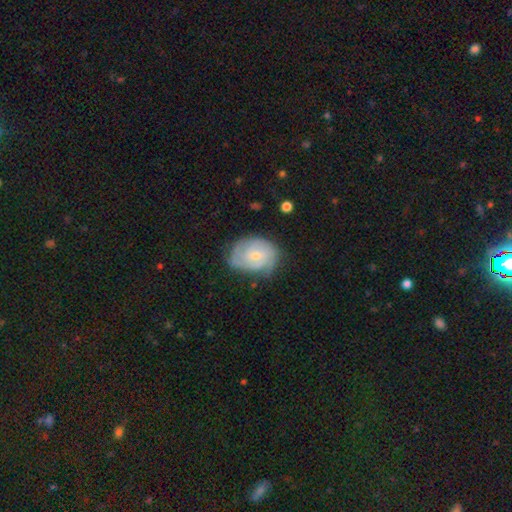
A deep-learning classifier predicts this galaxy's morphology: This appears to be a featured or disk galaxy (71%) with no bar (60%), 2 (42%) tight (60%) spiral arms (90%) and a small central bulge (59%). Merging: none (65%).